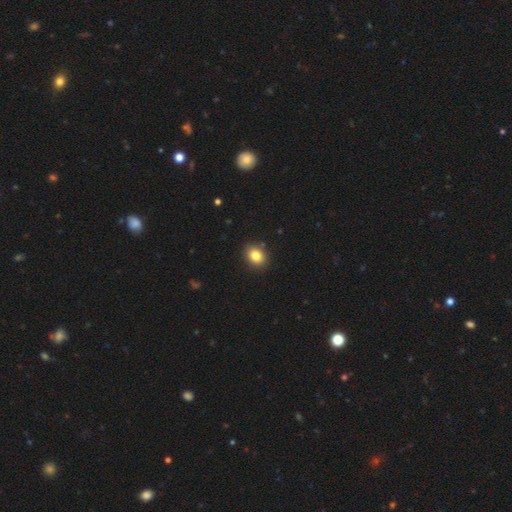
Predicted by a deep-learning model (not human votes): This appears to be a smooth galaxy with no disk features (83%) that is in between round and cigar-shaped (53%). Merging: none (88%).